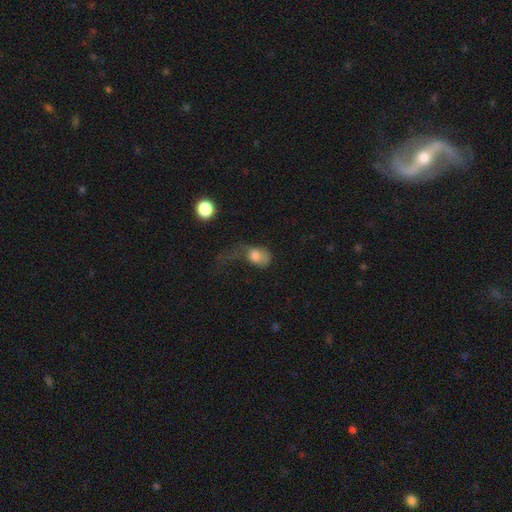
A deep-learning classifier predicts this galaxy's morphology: Smooth or featured?
  - smooth: 71% *
  - featured or disk: 19%
  - star or artifact: 10%
How rounded?
  - in between: 66% *
  - round: 31%
  - cigar-shaped: 2%
Merging?
  - major disturbance: 64% *
  - minor disturbance: 17%
  - none: 14%
  - merger: 5%